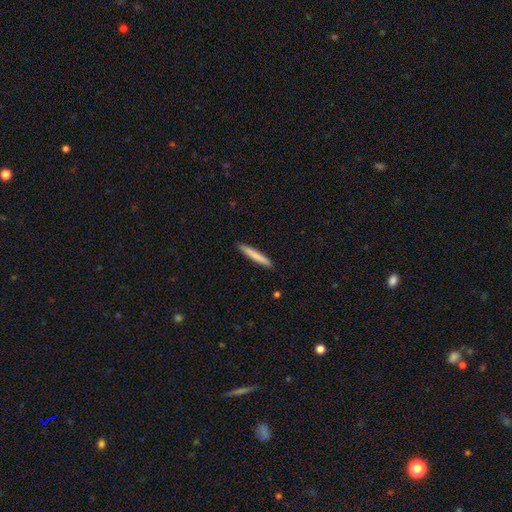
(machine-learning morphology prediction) A smooth galaxy with no disk features (79%) that is cigar-shaped (96%).

Vote fractions:
- Smooth or featured? smooth: 79% / featured or disk: 16% / star or artifact: 5%
- How rounded? cigar-shaped: 96% / in between: 3% / round: 1%
- Merging? none: 91% / minor disturbance: 6% / major disturbance: 1% / merger: 1%